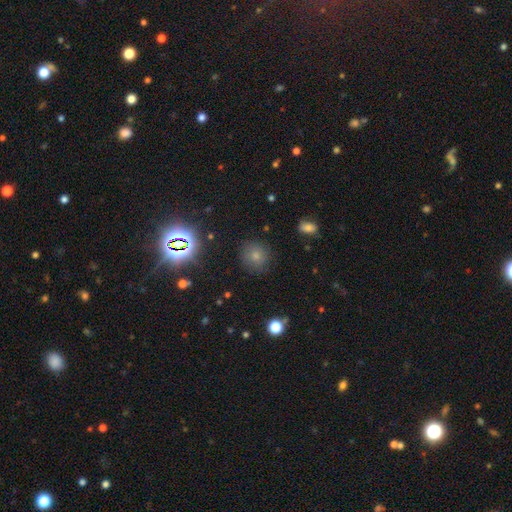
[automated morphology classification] Smooth or featured?
  - smooth: 72% *
  - star or artifact: 20%
  - featured or disk: 9%
How rounded?
  - round: 90% *
  - in between: 9%
  - cigar-shaped: 1%
Merging?
  - none: 85% *
  - minor disturbance: 10%
  - major disturbance: 3%
  - merger: 2%